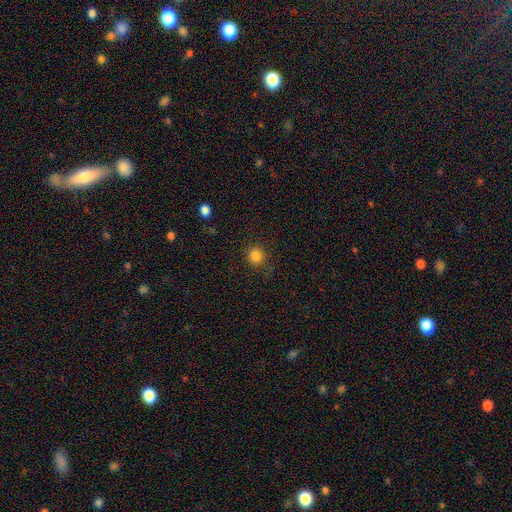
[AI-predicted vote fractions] This appears to be a smooth galaxy with no disk features (84%) that is round (90%). Merging: none (84%).